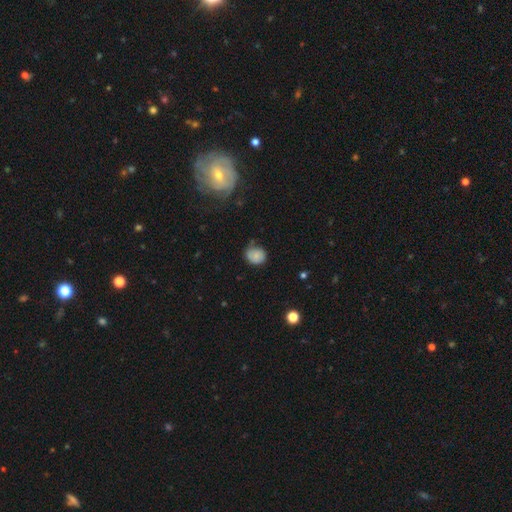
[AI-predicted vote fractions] This appears to be a smooth galaxy with no disk features (72%) that is round (68%). Merging: none (60%).